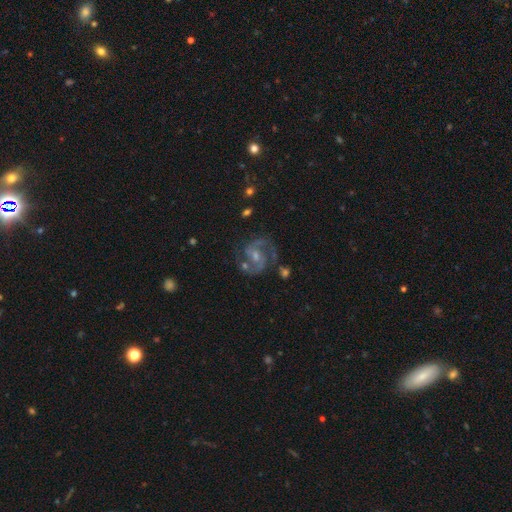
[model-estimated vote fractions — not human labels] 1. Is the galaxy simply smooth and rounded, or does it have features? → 88% featured or disk, 7% star or artifact, 5% smooth.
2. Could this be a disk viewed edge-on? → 98% no, 2% yes.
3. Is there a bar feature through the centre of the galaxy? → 47% weak, 38% no, 15% strong.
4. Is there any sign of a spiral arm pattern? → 98% yes, 2% no.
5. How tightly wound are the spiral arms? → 61% medium, 27% tight, 12% loose.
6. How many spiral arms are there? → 89% 2, 3% 3, 3% can't tell, 2% 1, 1% 4, 1% more than 4.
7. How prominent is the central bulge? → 52% small, 42% moderate, 3% none, 2% large, 1% dominant.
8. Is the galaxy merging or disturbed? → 76% none, 14% minor disturbance, 7% major disturbance, 4% merger.